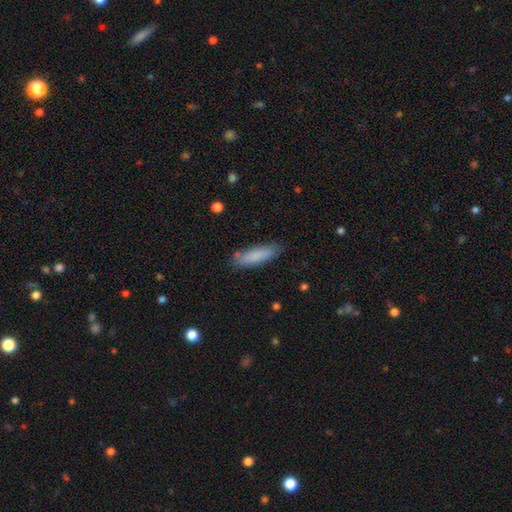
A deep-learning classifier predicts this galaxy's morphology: The model was most divided on "how rounded": cigar-shaped: 61%, in between: 37%, round: 1%. More confident: smooth or featured — smooth (83%); merging — none (82%).